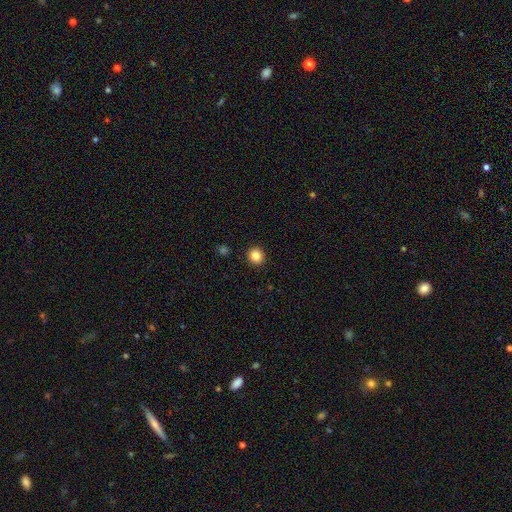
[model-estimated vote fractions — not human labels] Smooth or featured? smooth (85%)
How rounded? round (90%)
Merging? none (93%)